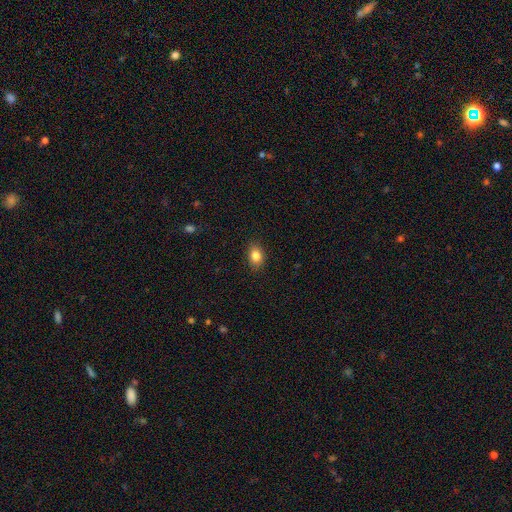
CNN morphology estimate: The model was most divided on "how rounded": in between: 75%, round: 24%, cigar-shaped: 1%. More confident: merging — none (88%); smooth or featured — smooth (83%).